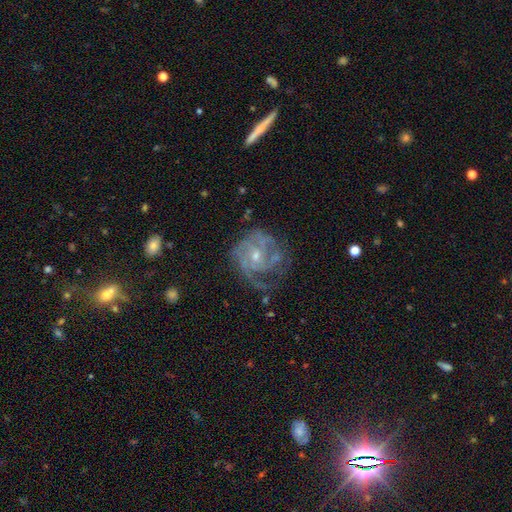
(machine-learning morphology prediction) This is clearly a featured or disk galaxy (86%). It is clearly not viewed edge-on (98%). Bar: likely no (66%). Spiral arm pattern: clearly yes (94%). Spiral arm count: marginally 3 (28%). Spiral winding: possibly tight (56%). Central bulge: likely small (61%). Merging: possibly none (58%).